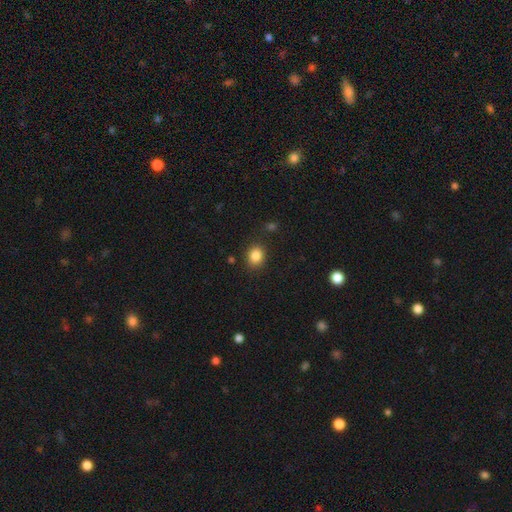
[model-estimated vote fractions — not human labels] Smooth or featured: smooth — 85% (star or artifact — 10%)
How rounded: round — 58% (in between — 41%)
Merging: none — 85% (minor disturbance — 10%)